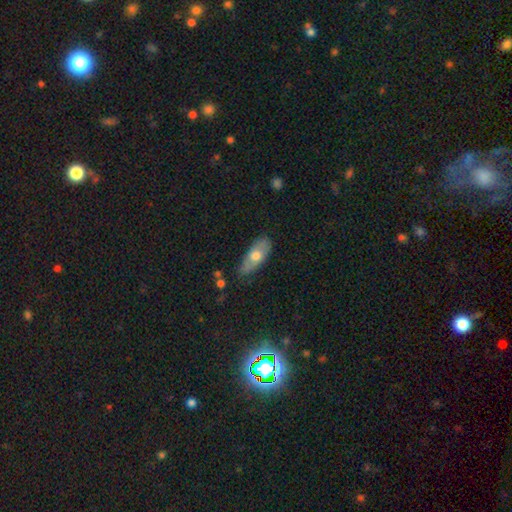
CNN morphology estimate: smooth-or-featured: smooth: 63% | featured or disk: 30% | star or artifact: 7%
  how-rounded: in between: 76% | cigar-shaped: 20% | round: 3%
  merging: none: 74% | minor disturbance: 20% | major disturbance: 4% | merger: 2%